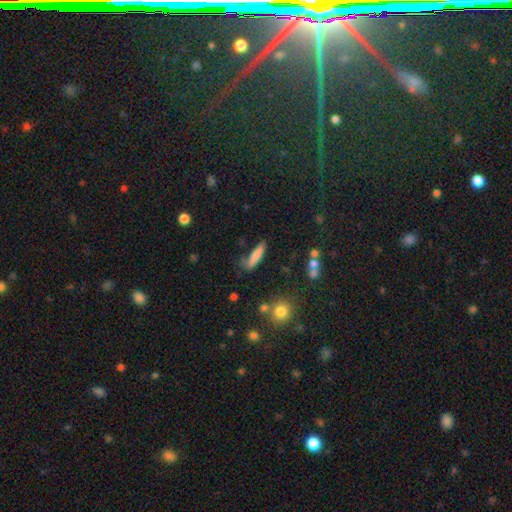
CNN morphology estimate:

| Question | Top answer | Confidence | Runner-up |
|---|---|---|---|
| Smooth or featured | smooth | 75% | featured or disk (17%) |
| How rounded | cigar-shaped | 79% | in between (19%) |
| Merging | none | 59% | minor disturbance (25%) |